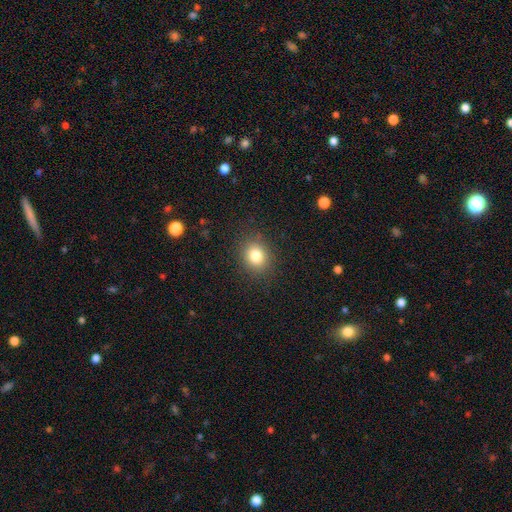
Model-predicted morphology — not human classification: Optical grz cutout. It shows a smooth galaxy with no disk features (81%) that is round (66%). Merging: none (87%).